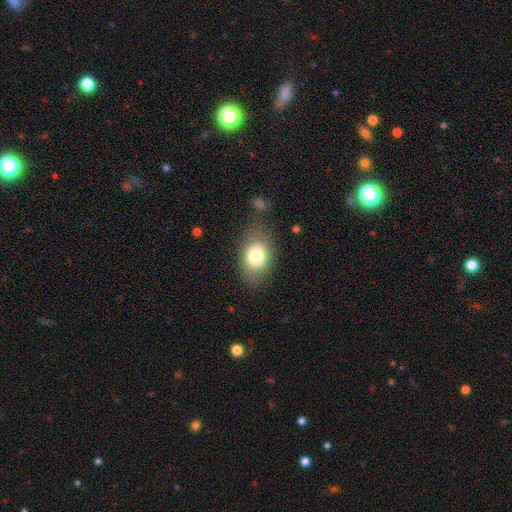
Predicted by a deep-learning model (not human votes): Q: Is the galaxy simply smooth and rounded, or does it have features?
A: smooth — 76%.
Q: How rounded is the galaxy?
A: in between — 75%.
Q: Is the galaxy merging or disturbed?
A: none — 74%.